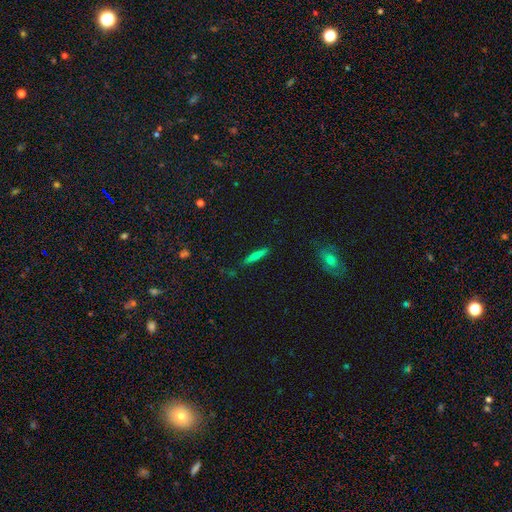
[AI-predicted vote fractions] Overall: smooth (63%; featured or disk 29%). How rounded: cigar-shaped (90%). Merging: none (86%).